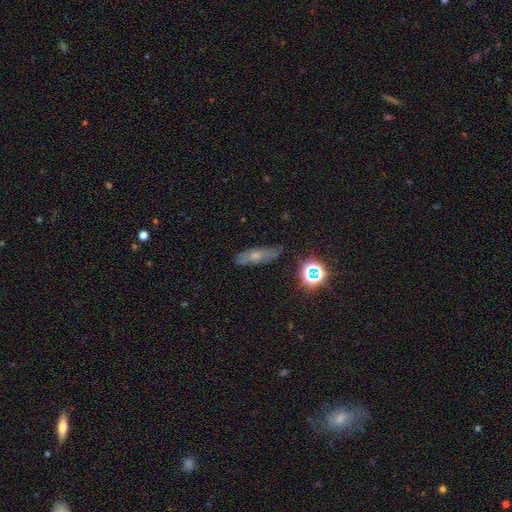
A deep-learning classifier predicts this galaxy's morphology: A smooth galaxy with no disk features (46%).

Vote fractions:
- Smooth or featured? smooth: 46% / featured or disk: 36% / star or artifact: 19%
- Merging? none: 71% / minor disturbance: 20% / major disturbance: 6% / merger: 3%